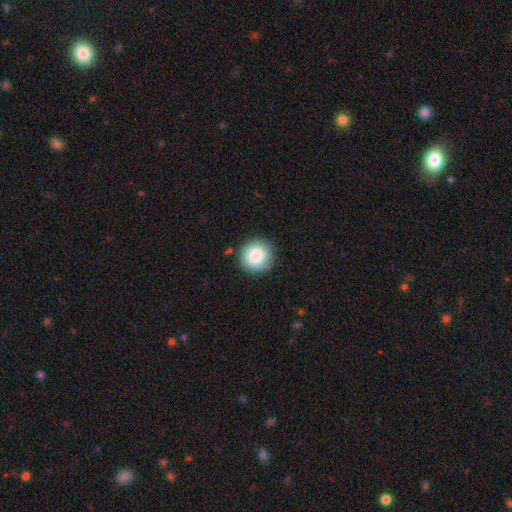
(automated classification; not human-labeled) The model was most divided on "smooth or featured": smooth: 86%, star or artifact: 8%, featured or disk: 6%. More confident: how rounded — round (95%); merging — none (89%).